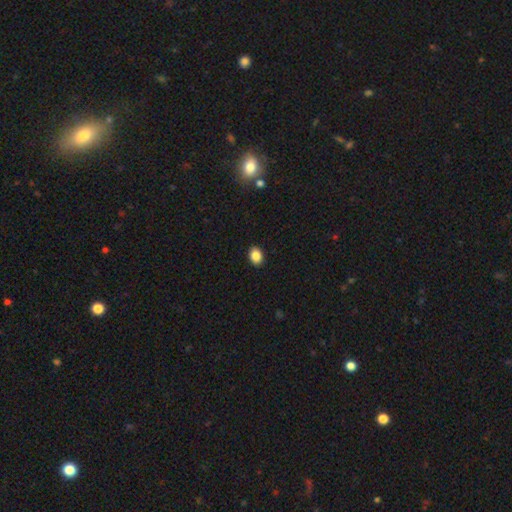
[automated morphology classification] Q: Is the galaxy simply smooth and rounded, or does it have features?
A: smooth — 87%.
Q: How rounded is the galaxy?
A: in between — 66%.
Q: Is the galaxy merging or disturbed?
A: none — 91%.